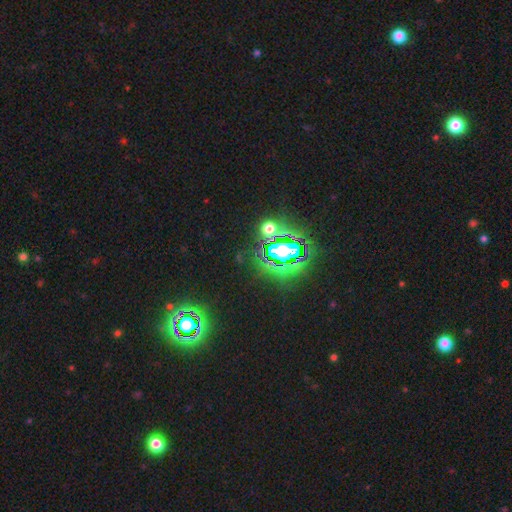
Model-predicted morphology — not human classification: Smooth or featured? star or artifact (83%)